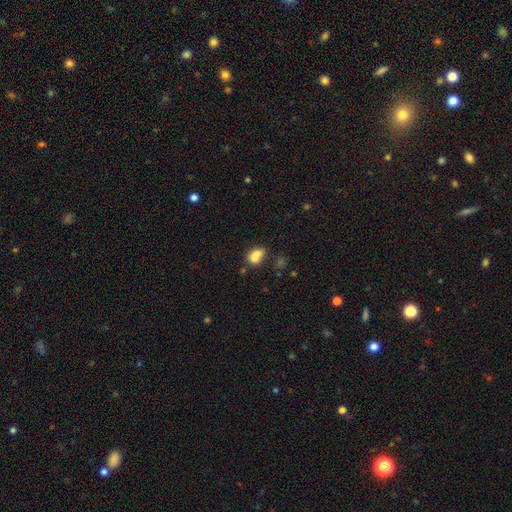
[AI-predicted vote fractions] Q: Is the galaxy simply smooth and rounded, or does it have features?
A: smooth — 71%.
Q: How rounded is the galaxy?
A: in between — 61%.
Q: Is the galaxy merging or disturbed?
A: merger — 60%.